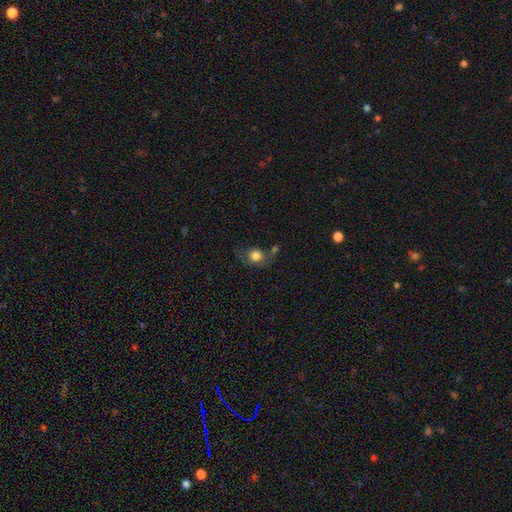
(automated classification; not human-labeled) This is likely a smooth galaxy (74%). How rounded: likely round (67%). Merging: marginally none (39%).